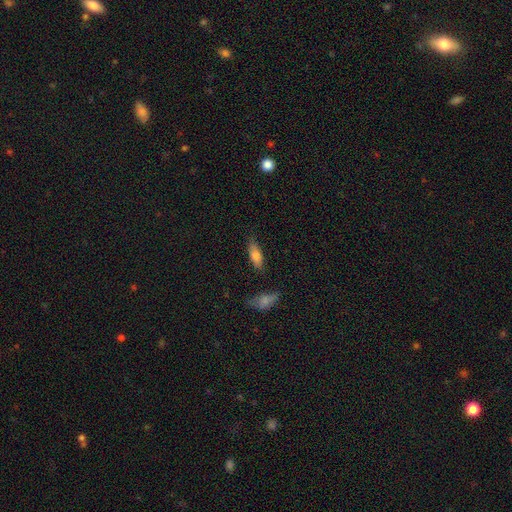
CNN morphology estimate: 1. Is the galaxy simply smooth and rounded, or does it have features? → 74% smooth, 19% featured or disk, 7% star or artifact.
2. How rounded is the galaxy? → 66% in between, 32% cigar-shaped, 3% round.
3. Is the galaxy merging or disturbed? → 75% none, 18% minor disturbance, 4% major disturbance, 3% merger.